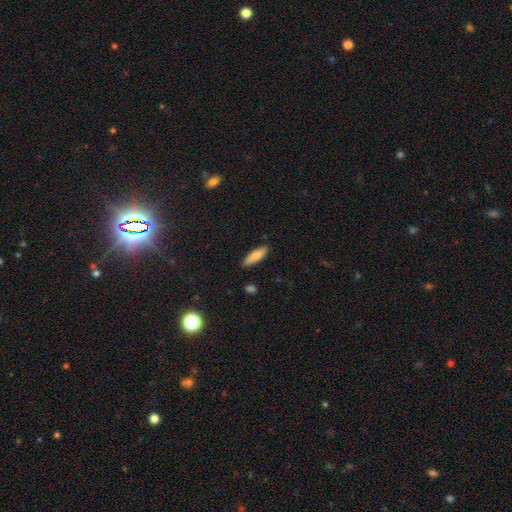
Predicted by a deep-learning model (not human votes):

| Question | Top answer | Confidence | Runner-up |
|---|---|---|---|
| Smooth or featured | smooth | 78% | featured or disk (15%) |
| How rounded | cigar-shaped | 55% | in between (43%) |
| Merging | none | 86% | minor disturbance (10%) |